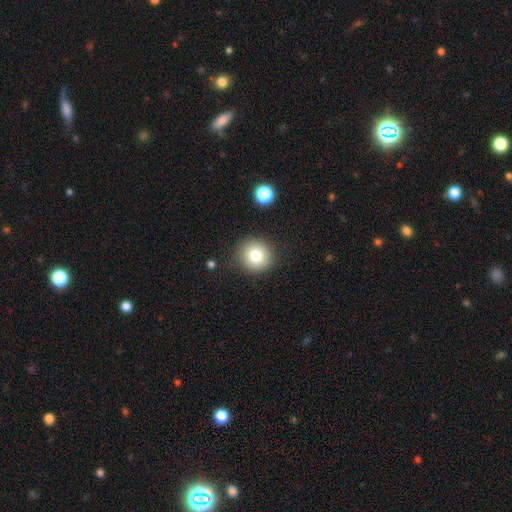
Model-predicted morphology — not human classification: A smooth galaxy with no disk features (79%) that is round (91%).

Vote fractions:
- Smooth or featured? smooth: 79% / star or artifact: 11% / featured or disk: 10%
- How rounded? round: 91% / in between: 8% / cigar-shaped: 1%
- Merging? none: 88% / minor disturbance: 8% / major disturbance: 3% / merger: 2%